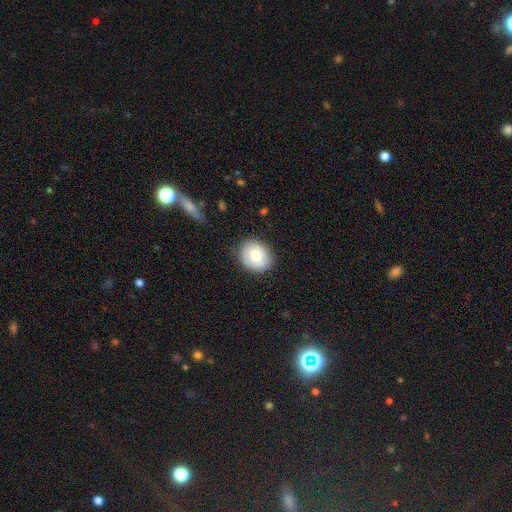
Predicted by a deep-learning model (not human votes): smooth-or-featured: smooth: 81% | featured or disk: 13% | star or artifact: 7%
  how-rounded: round: 62% | in between: 37% | cigar-shaped: 1%
  merging: none: 83% | minor disturbance: 13% | major disturbance: 3% | merger: 1%